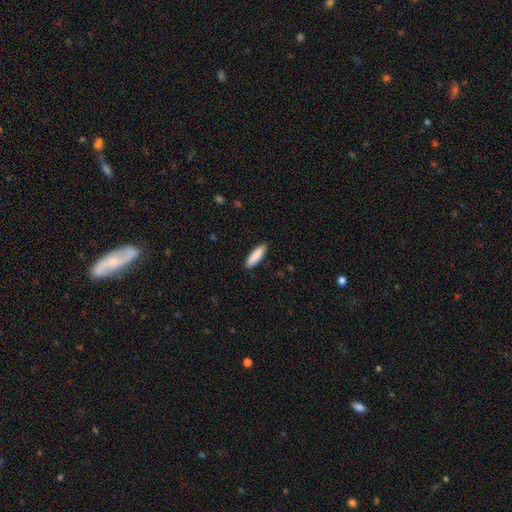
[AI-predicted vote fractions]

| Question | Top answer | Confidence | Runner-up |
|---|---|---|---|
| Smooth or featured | smooth | 89% | star or artifact (5%) |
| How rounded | cigar-shaped | 59% | in between (39%) |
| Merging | none | 90% | minor disturbance (7%) |